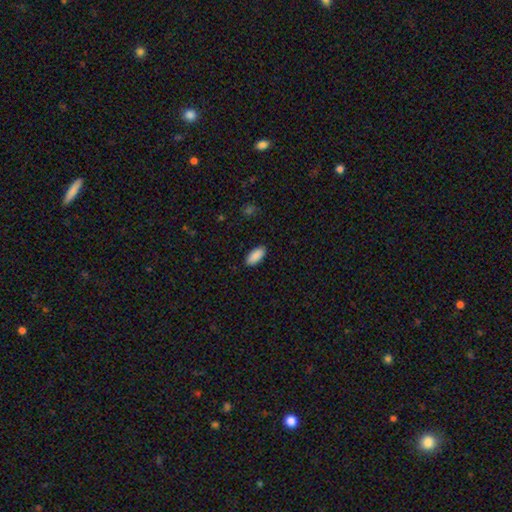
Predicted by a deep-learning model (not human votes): The model was most divided on "merging": none: 89%, minor disturbance: 8%, major disturbance: 2%, merger: 1%. More confident: smooth or featured — smooth (90%); how rounded — in between (89%).